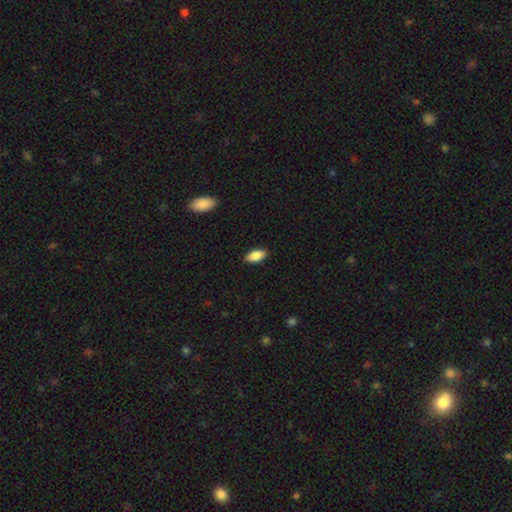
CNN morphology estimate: smooth 85%, featured or disk 8%, star or artifact 7%. Down the decision tree: how rounded — in between (89%); merging — none (87%).